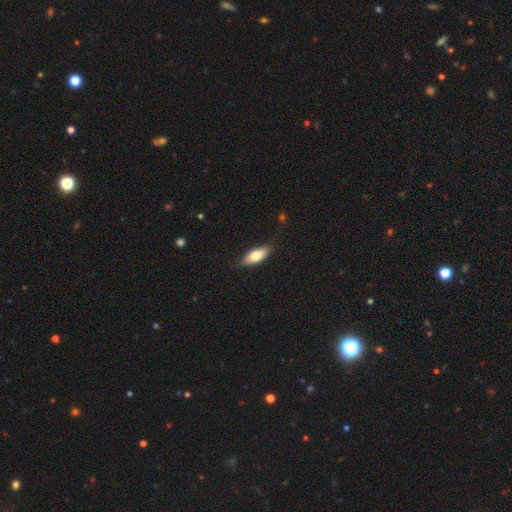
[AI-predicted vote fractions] A smooth galaxy with no disk features (73%) that is in between round and cigar-shaped (79%).

Vote fractions:
- Smooth or featured? smooth: 73% / featured or disk: 20% / star or artifact: 6%
- How rounded? in between: 79% / cigar-shaped: 18% / round: 2%
- Merging? none: 83% / minor disturbance: 14% / major disturbance: 2% / merger: 1%